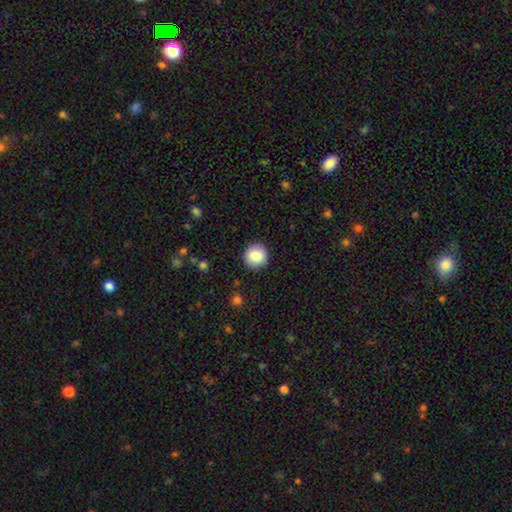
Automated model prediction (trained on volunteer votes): Q: Smooth or featured?
A: smooth (86%); runner-up: star or artifact (8%)
Q: How rounded?
A: round (94%); runner-up: in between (5%)
Q: Merging?
A: none (91%); runner-up: minor disturbance (6%)